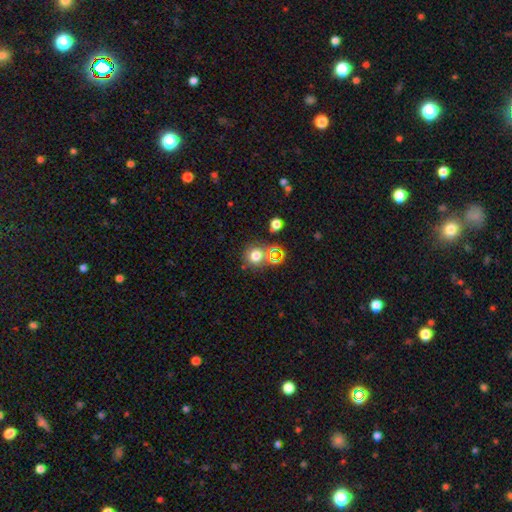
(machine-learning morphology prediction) Smooth or featured?
  - smooth: 68% *
  - star or artifact: 23%
  - featured or disk: 8%
How rounded?
  - round: 84% *
  - in between: 15%
  - cigar-shaped: 1%
Merging?
  - none: 71% *
  - merger: 15%
  - minor disturbance: 10%
  - major disturbance: 4%